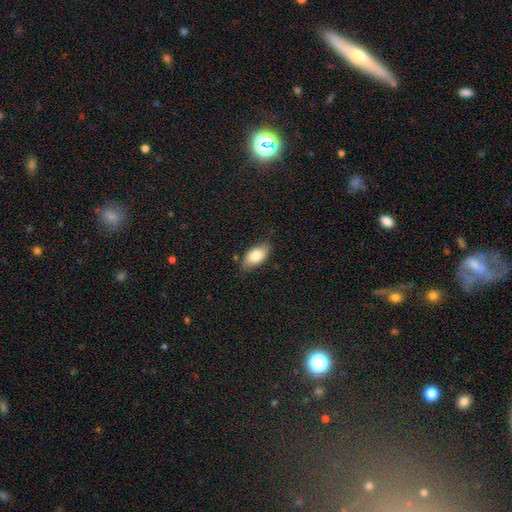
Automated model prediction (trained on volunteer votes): Q: Smooth or featured?
A: smooth (81%); runner-up: featured or disk (13%)
Q: How rounded?
A: in between (91%); runner-up: cigar-shaped (5%)
Q: Merging?
A: none (78%); runner-up: minor disturbance (17%)